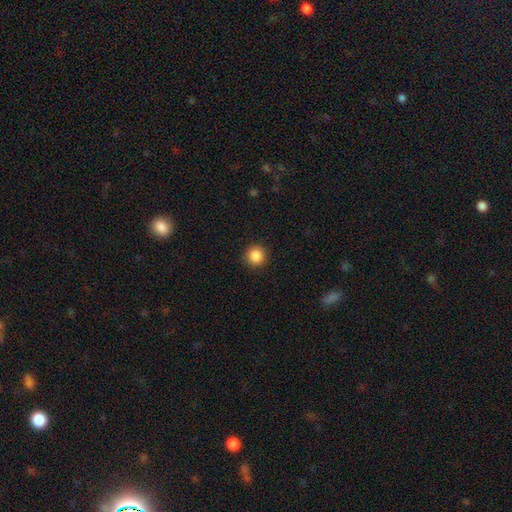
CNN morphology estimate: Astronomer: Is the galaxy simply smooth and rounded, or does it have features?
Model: smooth — 87%.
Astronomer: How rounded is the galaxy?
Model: round — 95%.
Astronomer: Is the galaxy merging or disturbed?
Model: none — 92%.